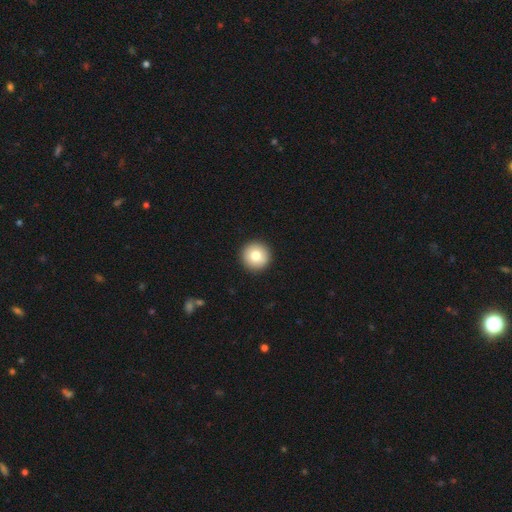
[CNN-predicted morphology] type=smooth (79%); roundness=round (96%); merging=none (94%).